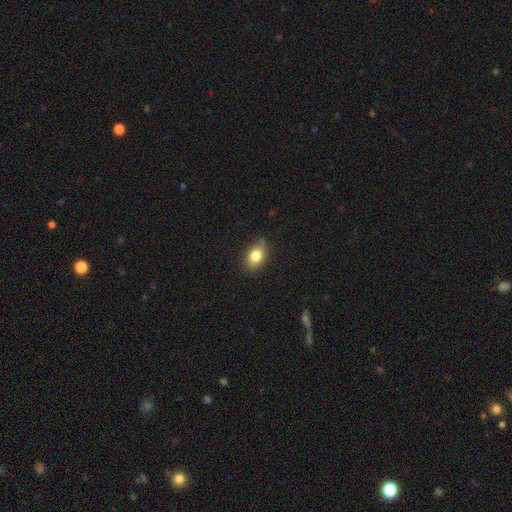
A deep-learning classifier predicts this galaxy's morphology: Smooth or featured? Predicted: smooth (p=0.82). How rounded? Predicted: in between (p=0.83). Merging? Predicted: none (p=0.76).